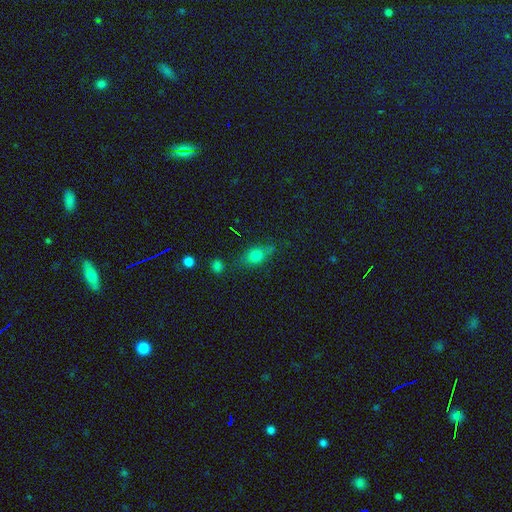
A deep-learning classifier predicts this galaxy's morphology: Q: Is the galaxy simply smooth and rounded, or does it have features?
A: smooth — 70%.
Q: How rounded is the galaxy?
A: in between — 65%.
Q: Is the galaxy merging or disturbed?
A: none — 67%.